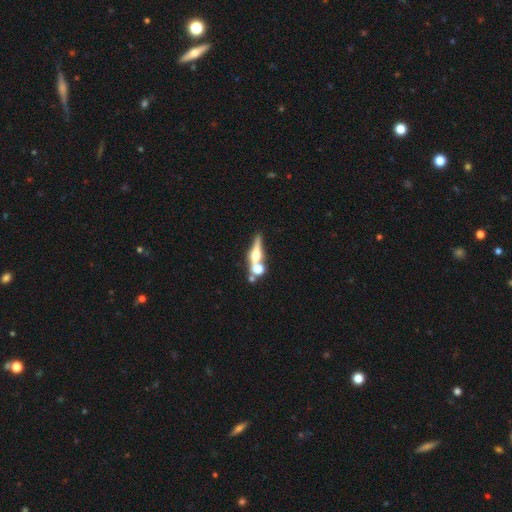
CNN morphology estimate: Smooth or featured?
  - featured or disk: 52% *
  - smooth: 36%
  - star or artifact: 12%
Edge-on disk?
  - yes: 78% *
  - no: 22%
Merging?
  - none: 44% *
  - merger: 37%
  - minor disturbance: 11%
  - major disturbance: 8%